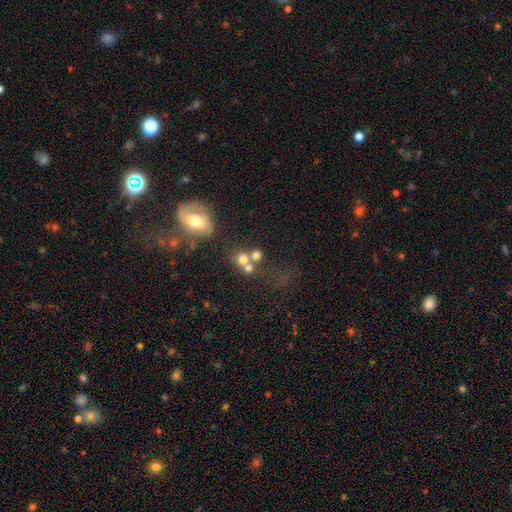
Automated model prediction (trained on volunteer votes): Morphology: type=smooth (68%); roundness=round (80%); merging=merger (44%).